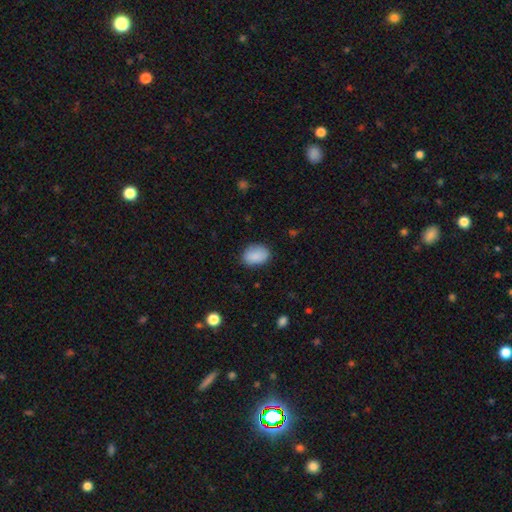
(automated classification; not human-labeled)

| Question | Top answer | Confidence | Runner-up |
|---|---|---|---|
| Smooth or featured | smooth | 88% | star or artifact (7%) |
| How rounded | in between | 76% | round (23%) |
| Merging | none | 81% | minor disturbance (15%) |